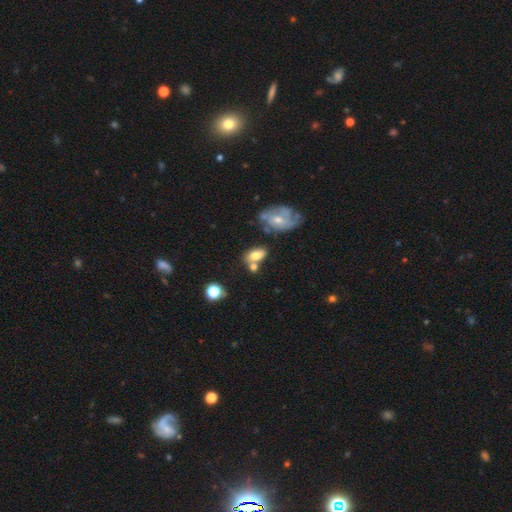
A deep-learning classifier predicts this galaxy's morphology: smooth_or_featured: smooth (p=0.66) [alt: featured or disk p=0.24]
how_rounded: in between (p=0.80) [alt: round p=0.17]
merging: none (p=0.45) [alt: merger p=0.33]